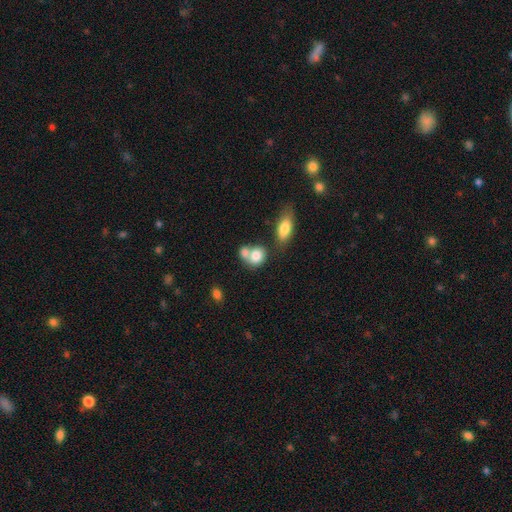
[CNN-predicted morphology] smooth-or-featured: smooth: 78% | featured or disk: 14% | star or artifact: 8%
  how-rounded: round: 54% | in between: 44% | cigar-shaped: 2%
  merging: merger: 57% | none: 28% | minor disturbance: 10% | major disturbance: 5%